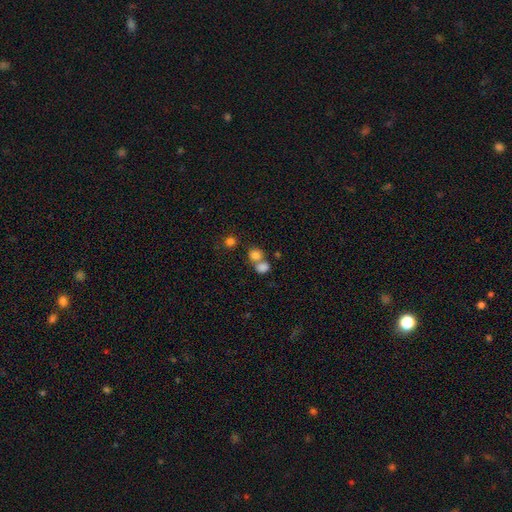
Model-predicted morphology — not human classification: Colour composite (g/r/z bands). It shows a smooth galaxy with no disk features (79%) that is round (72%). Merging: merger (47%).